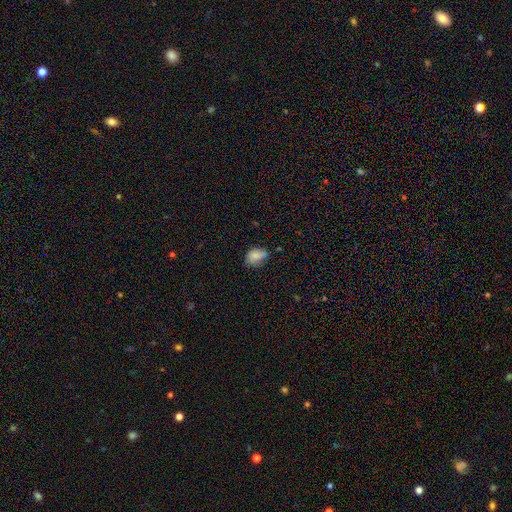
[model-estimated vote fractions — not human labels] Smooth or featured: smooth — 81% (featured or disk — 10%)
How rounded: in between — 75% (round — 23%)
Merging: none — 52% (minor disturbance — 37%)